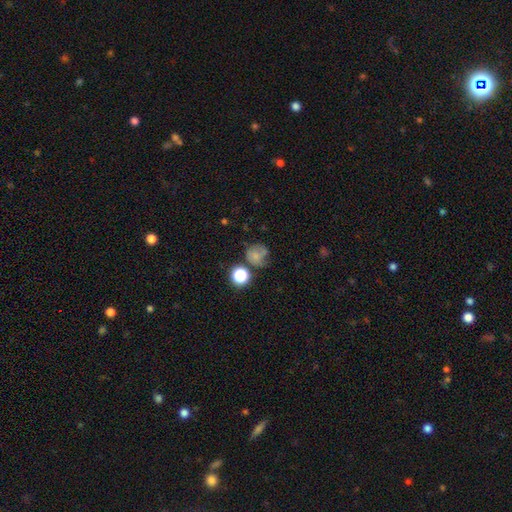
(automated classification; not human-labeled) This is likely a smooth galaxy (65%). How rounded: likely round (79%). Merging: possibly none (47%).